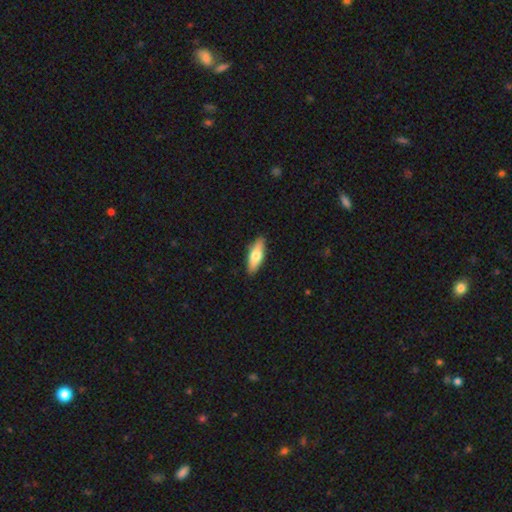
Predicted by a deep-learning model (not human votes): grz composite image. It shows a smooth galaxy with no disk features (67%) that is in between round and cigar-shaped (59%). Merging: none (89%).